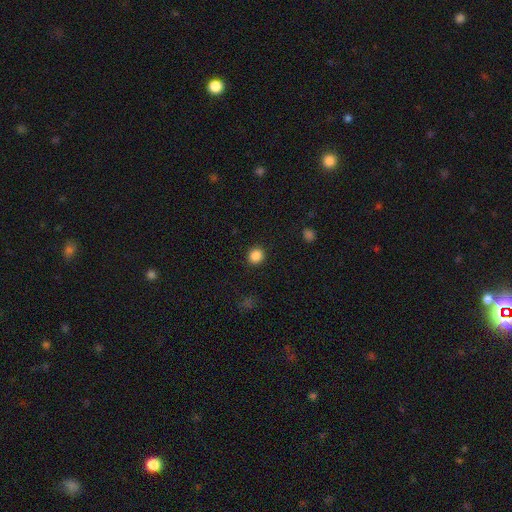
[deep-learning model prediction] Smooth or featured? Predicted: smooth (p=0.86). How rounded? Predicted: round (p=0.89). Merging? Predicted: none (p=0.92).